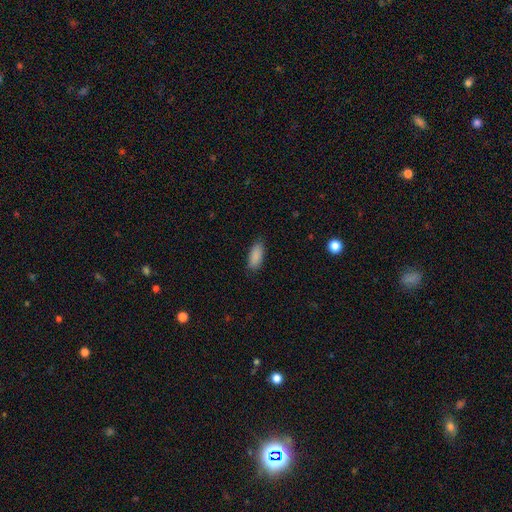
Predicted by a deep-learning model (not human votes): The model was most divided on "how rounded": in between: 86%, cigar-shaped: 12%, round: 2%. More confident: smooth or featured — smooth (89%); merging — none (85%).